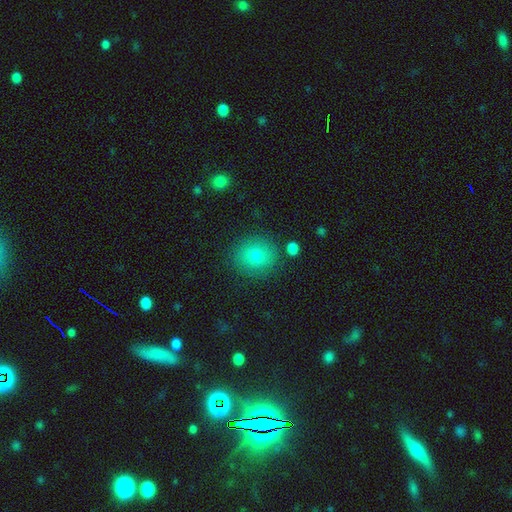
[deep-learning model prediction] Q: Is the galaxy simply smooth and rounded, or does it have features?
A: smooth — 75%.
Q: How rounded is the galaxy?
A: round — 84%.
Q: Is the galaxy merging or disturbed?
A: none — 85%.